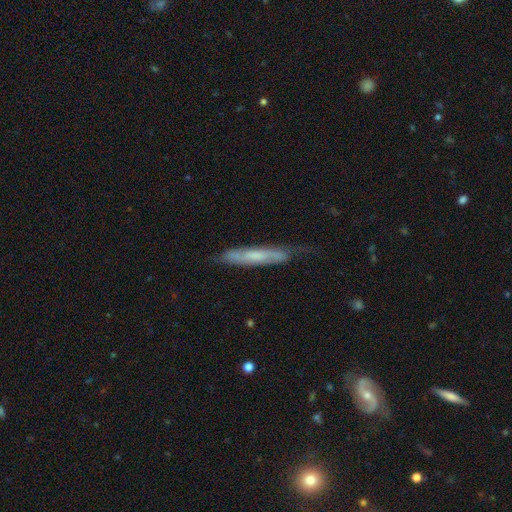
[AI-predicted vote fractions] This is possibly a featured or disk galaxy (50%). It is likely viewed edge-on (64%). Merging: likely none (62%).